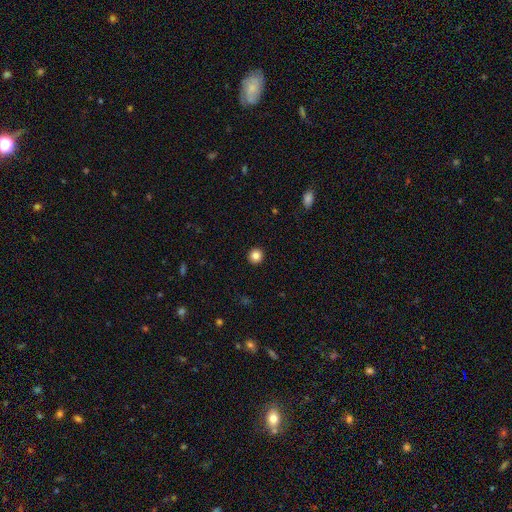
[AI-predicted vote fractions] Smooth or featured? smooth (85%)
How rounded? round (94%)
Merging? none (94%)